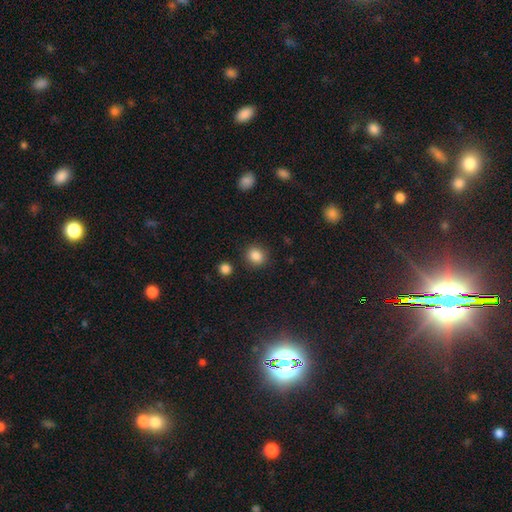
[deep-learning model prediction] Smooth or featured?
  - smooth: 86% *
  - star or artifact: 10%
  - featured or disk: 4%
How rounded?
  - round: 80% *
  - in between: 19%
  - cigar-shaped: 1%
Merging?
  - none: 87% *
  - minor disturbance: 8%
  - major disturbance: 3%
  - merger: 3%